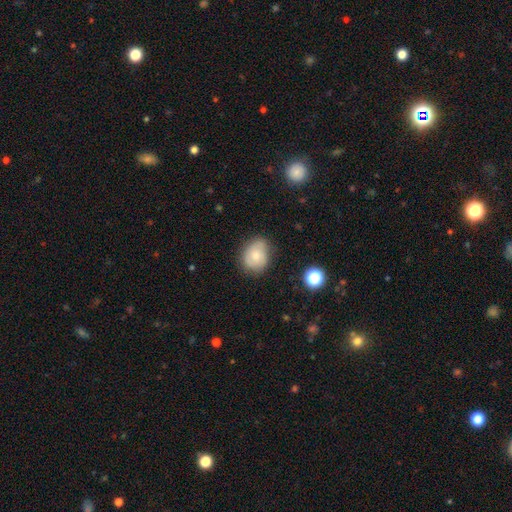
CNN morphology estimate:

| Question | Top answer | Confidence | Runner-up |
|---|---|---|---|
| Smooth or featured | smooth | 64% | featured or disk (27%) |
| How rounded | in between | 50% | round (49%) |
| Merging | none | 68% | minor disturbance (24%) |